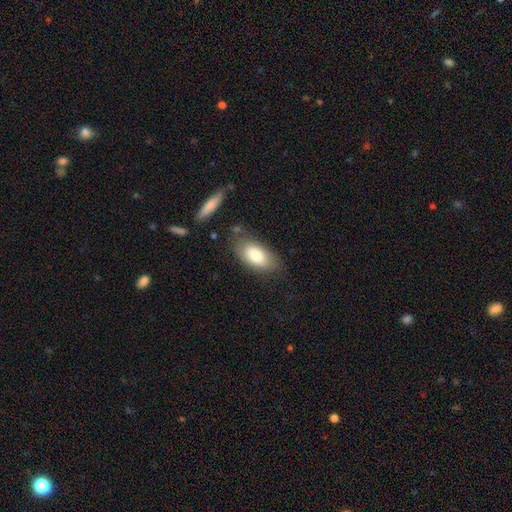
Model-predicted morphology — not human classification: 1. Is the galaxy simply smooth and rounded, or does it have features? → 79% smooth, 15% featured or disk, 7% star or artifact.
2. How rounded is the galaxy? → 92% in between, 4% cigar-shaped, 4% round.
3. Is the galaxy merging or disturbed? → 71% none, 18% minor disturbance, 5% major disturbance, 5% merger.